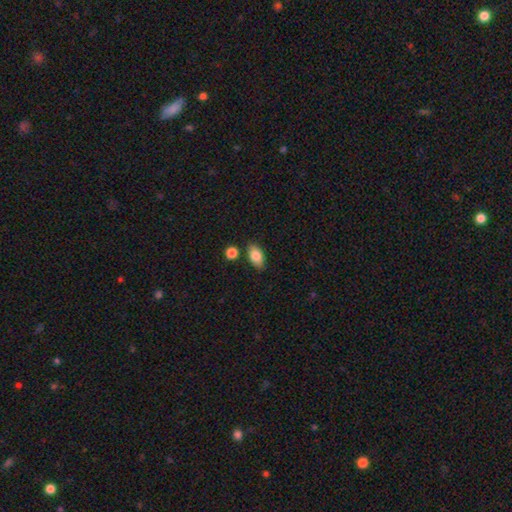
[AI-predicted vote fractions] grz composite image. It shows a smooth galaxy with no disk features (82%) that is in between round and cigar-shaped (91%). Merging: none (81%).